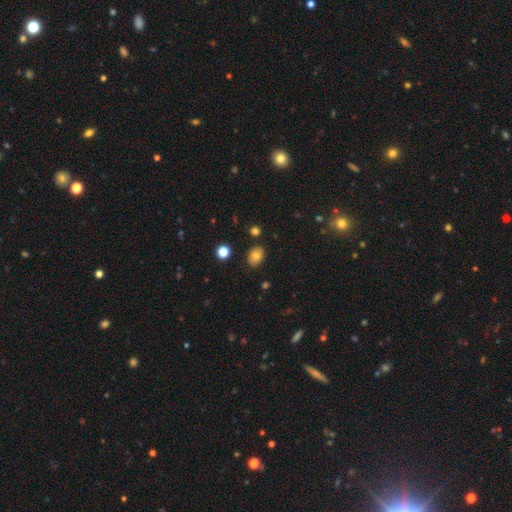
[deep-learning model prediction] smooth-or-featured: smooth: 79% | featured or disk: 11% | star or artifact: 10%
  how-rounded: in between: 69% | round: 30% | cigar-shaped: 1%
  merging: none: 85% | minor disturbance: 10% | merger: 2% | major disturbance: 2%